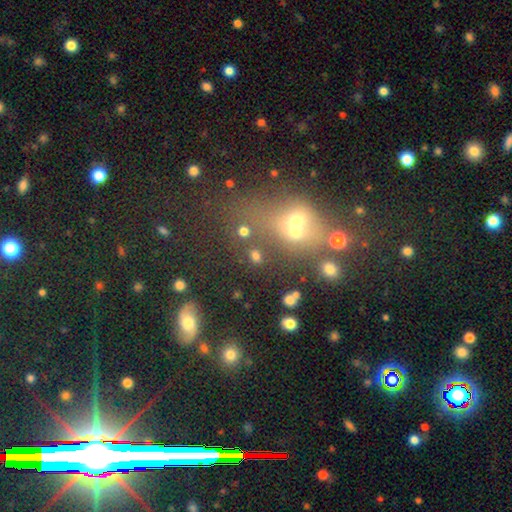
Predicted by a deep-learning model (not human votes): smooth 63%, star or artifact 23%, featured or disk 15%. Down the decision tree: how rounded — round (57%); merging — none (51%).